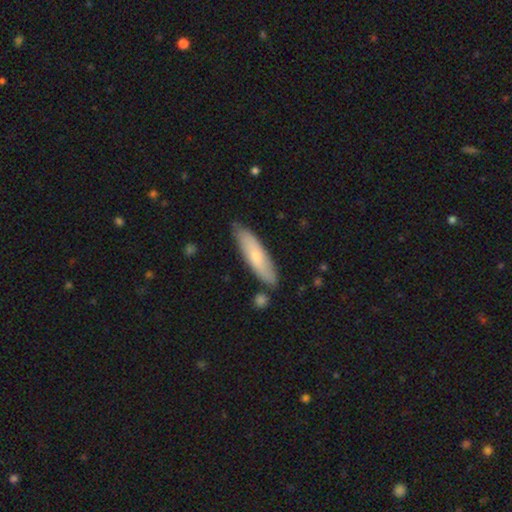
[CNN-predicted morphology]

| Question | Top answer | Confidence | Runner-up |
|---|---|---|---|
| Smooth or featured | smooth | 64% | featured or disk (31%) |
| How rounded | cigar-shaped | 70% | in between (28%) |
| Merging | none | 81% | minor disturbance (14%) |